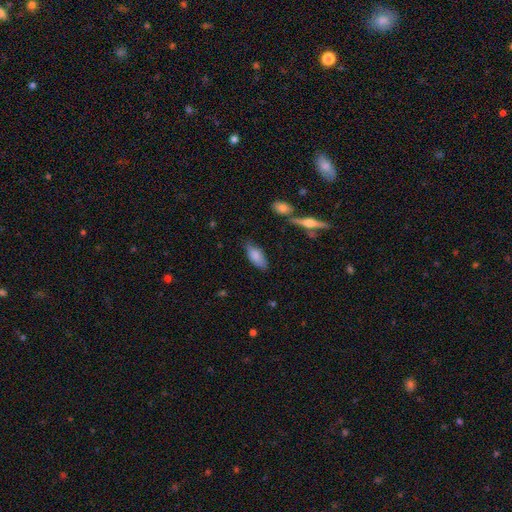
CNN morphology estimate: Overall: smooth (79%). How rounded: in between (82%). Merging: none (72%).